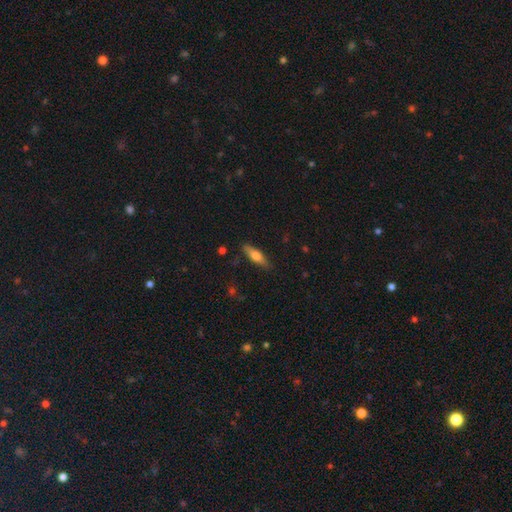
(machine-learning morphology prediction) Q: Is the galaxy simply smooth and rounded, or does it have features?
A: smooth — 60%.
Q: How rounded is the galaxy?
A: cigar-shaped — 60%.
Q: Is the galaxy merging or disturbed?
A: none — 86%.